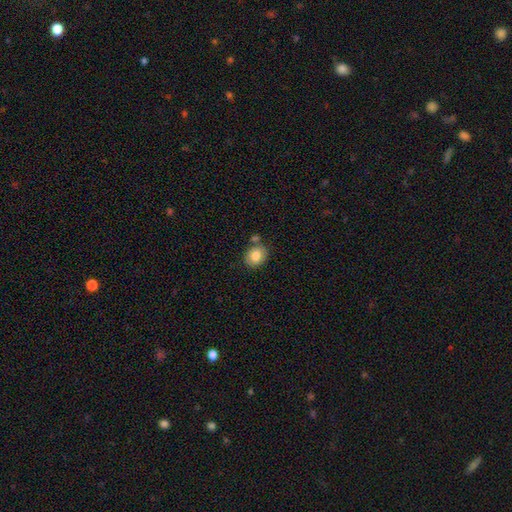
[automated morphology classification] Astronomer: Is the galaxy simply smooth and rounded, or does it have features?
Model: smooth — 80%.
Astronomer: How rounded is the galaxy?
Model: round — 56% (runner-up: in between, 44%).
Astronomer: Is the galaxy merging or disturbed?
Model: none — 71%.